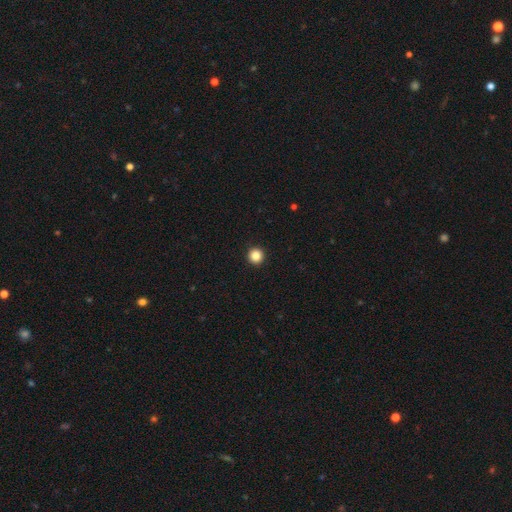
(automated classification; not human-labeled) Smooth or featured: smooth — 86% (star or artifact — 10%)
How rounded: round — 96% (in between — 3%)
Merging: none — 94% (minor disturbance — 4%)